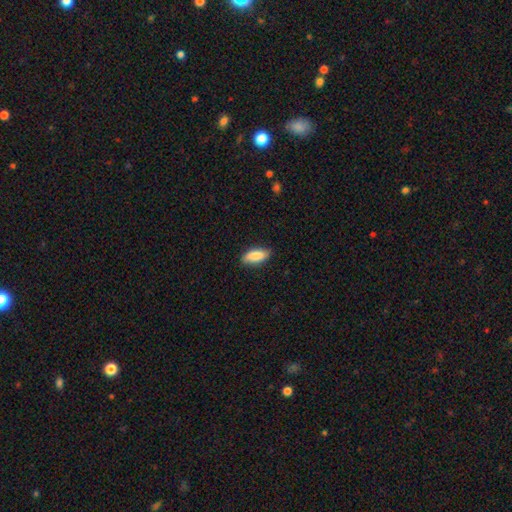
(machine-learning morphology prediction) smooth_or_featured: smooth (p=0.84) [alt: featured or disk p=0.10]
how_rounded: in between (p=0.81) [alt: cigar-shaped p=0.17]
merging: none (p=0.84) [alt: minor disturbance p=0.13]